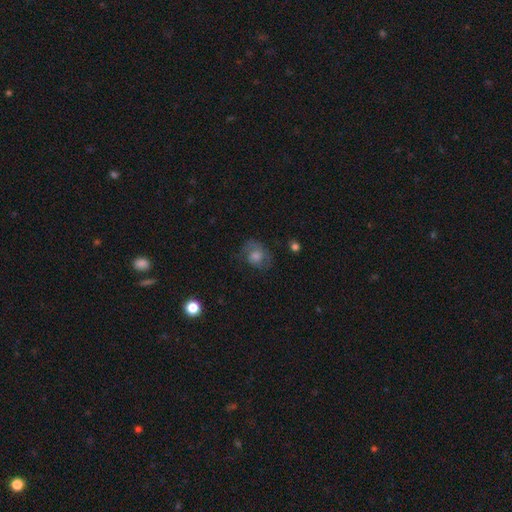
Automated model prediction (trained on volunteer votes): Smooth or featured? smooth (48%)
Merging? none (62%)